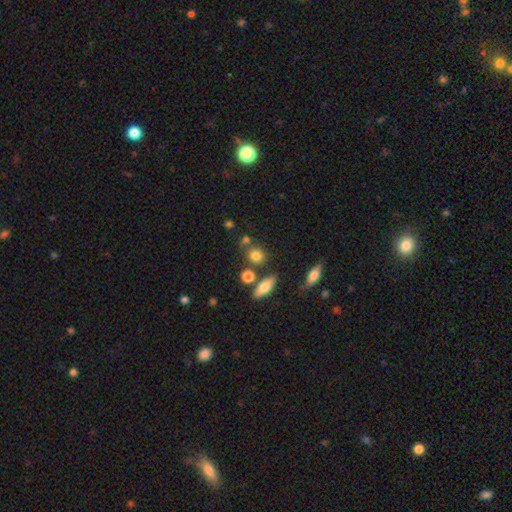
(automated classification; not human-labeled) Overall: smooth (79%). How rounded: round (71%). Merging: none (66%).